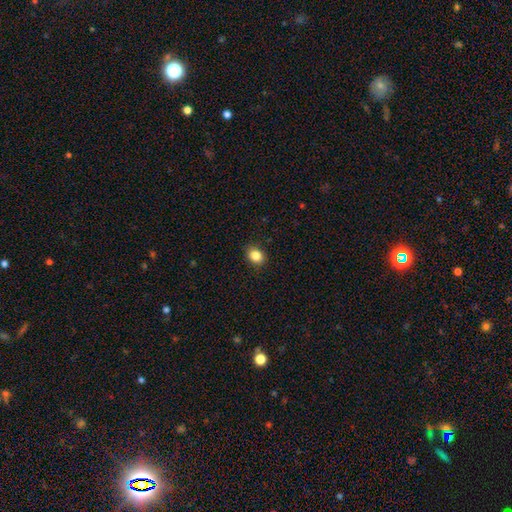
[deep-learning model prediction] Morphology: type=smooth (85%); roundness=in between (54%); merging=none (88%).